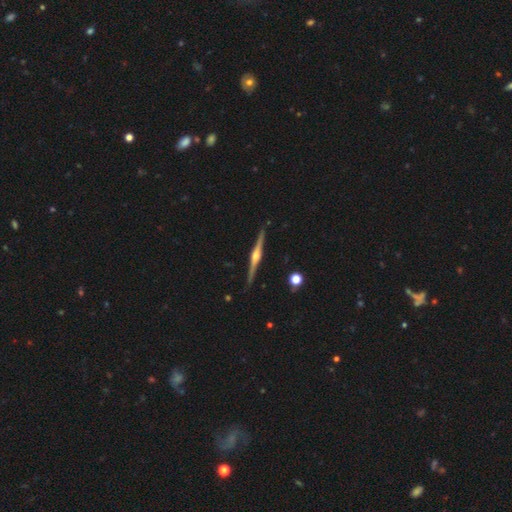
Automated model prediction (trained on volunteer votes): featured or disk 86%, smooth 9%, star or artifact 5%. Down the decision tree: edge-on disk — yes (99%); edge-on bulge — rounded (91%); merging — none (91%).